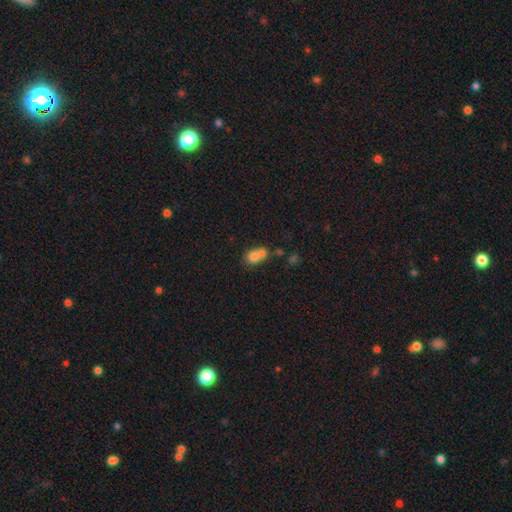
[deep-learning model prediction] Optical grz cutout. It shows a smooth galaxy with no disk features (73%) that is round (51%). Merging: merger (60%).